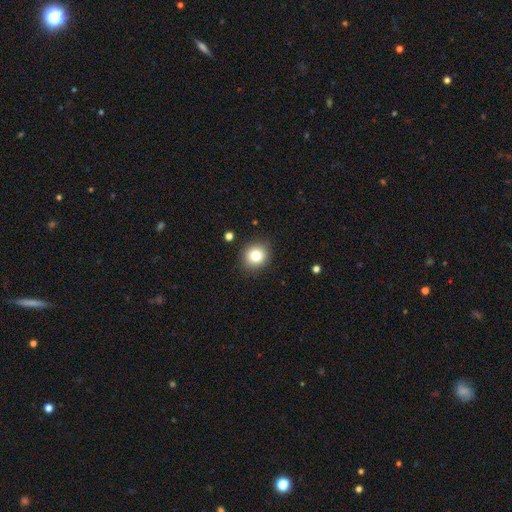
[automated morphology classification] Smooth or featured?
  - smooth: 80% *
  - star or artifact: 11%
  - featured or disk: 9%
How rounded?
  - round: 87% *
  - in between: 12%
  - cigar-shaped: 1%
Merging?
  - none: 89% *
  - minor disturbance: 8%
  - major disturbance: 2%
  - merger: 2%